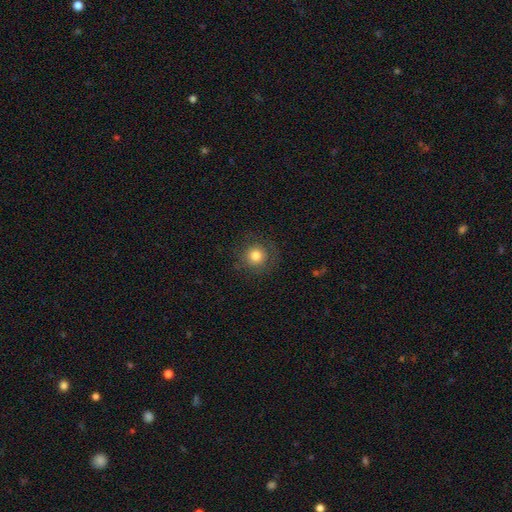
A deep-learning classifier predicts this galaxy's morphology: Smooth or featured? smooth (81%)
How rounded? round (93%)
Merging? none (82%)